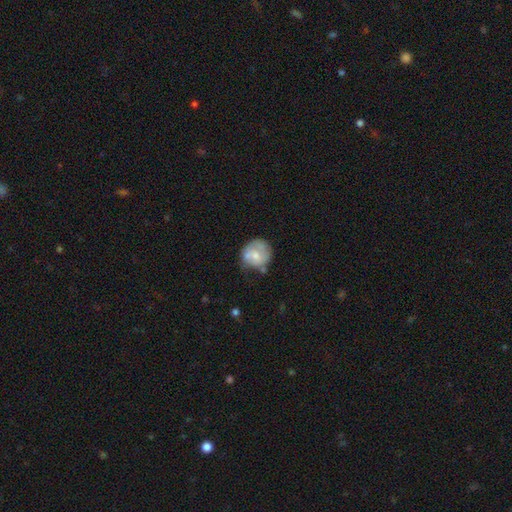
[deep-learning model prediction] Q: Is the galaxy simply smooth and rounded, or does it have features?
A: smooth — 53%.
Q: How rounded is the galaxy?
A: round — 79%.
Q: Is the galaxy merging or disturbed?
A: none — 48%.